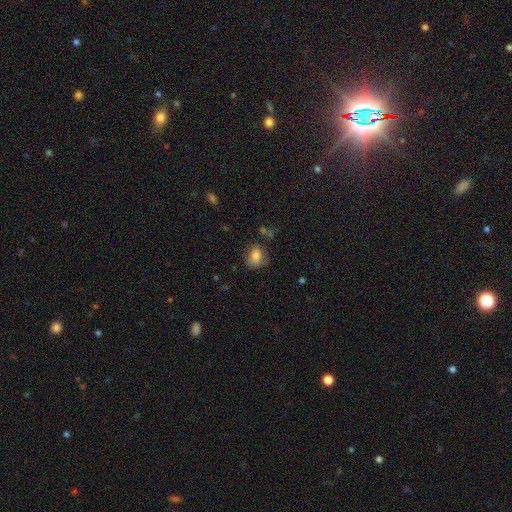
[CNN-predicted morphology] Smooth or featured?
  - smooth: 79% *
  - featured or disk: 11%
  - star or artifact: 10%
How rounded?
  - in between: 56% *
  - round: 43%
  - cigar-shaped: 1%
Merging?
  - none: 64% *
  - minor disturbance: 23%
  - major disturbance: 8%
  - merger: 4%